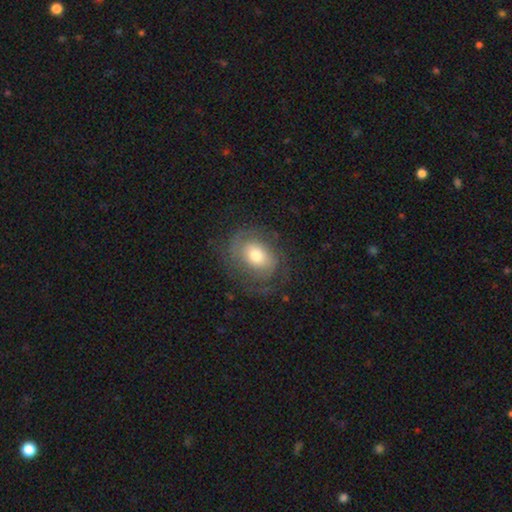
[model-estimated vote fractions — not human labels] Morphology: type=featured or disk (52%); edge-on=no (96%); merging=none (63%).